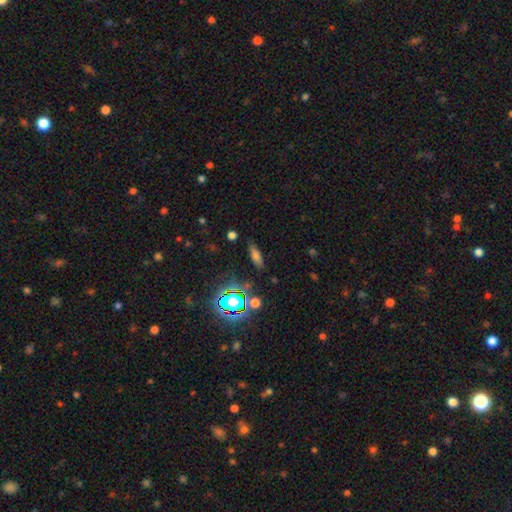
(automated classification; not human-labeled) Smooth or featured: smooth — 60% (star or artifact — 22%)
How rounded: cigar-shaped — 51% (in between — 44%)
Merging: none — 83% (minor disturbance — 11%)